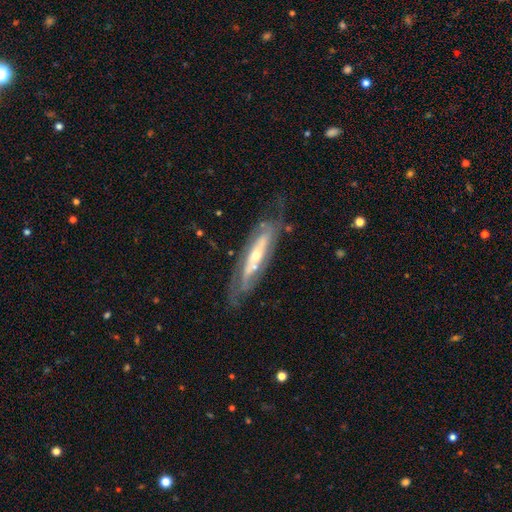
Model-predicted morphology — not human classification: This is clearly a featured or disk galaxy (81%). It is likely not viewed edge-on (67%). Bar: possibly no (53%). Spiral arm pattern: clearly yes (81%). Central bulge: possibly moderate (49%). Merging: likely none (66%).